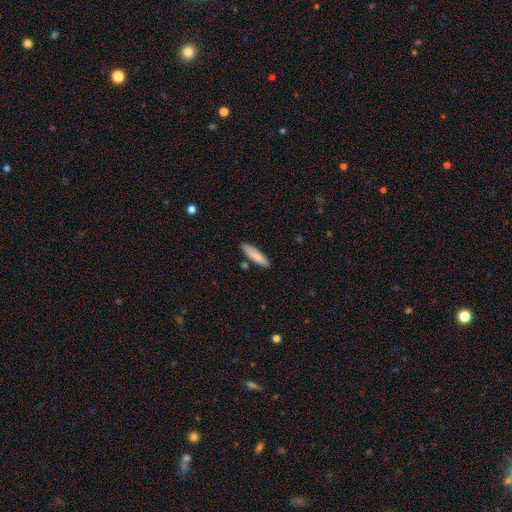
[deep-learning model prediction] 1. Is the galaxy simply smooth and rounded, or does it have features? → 83% smooth, 11% featured or disk, 6% star or artifact.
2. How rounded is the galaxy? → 78% cigar-shaped, 20% in between, 1% round.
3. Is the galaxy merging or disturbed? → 84% none, 10% minor disturbance, 4% merger, 2% major disturbance.